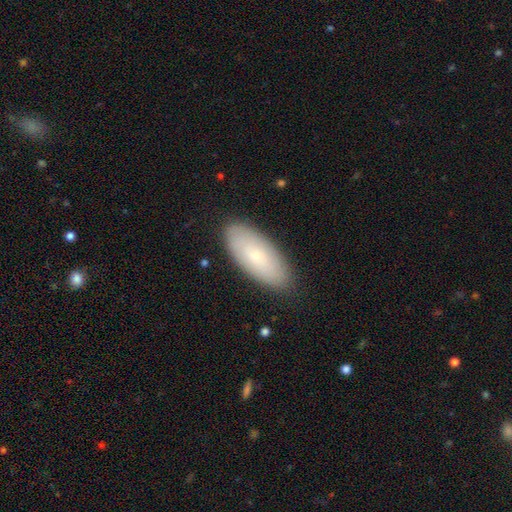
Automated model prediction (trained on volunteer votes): This appears to be a smooth galaxy with no disk features (67%) that is in between round and cigar-shaped (88%). Merging: none (85%).